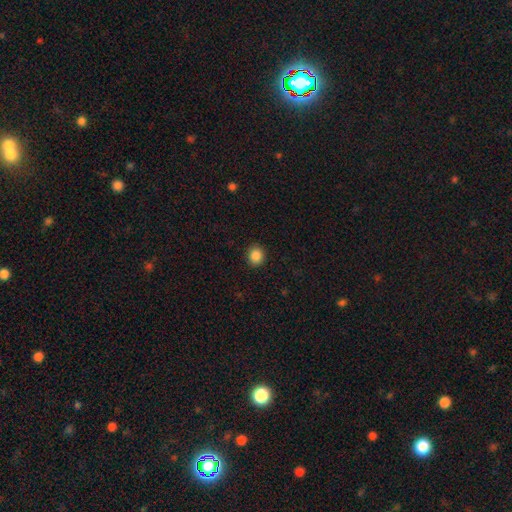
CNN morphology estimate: smooth 87%, star or artifact 10%, featured or disk 3%. Down the decision tree: how rounded — round (79%); merging — none (91%).